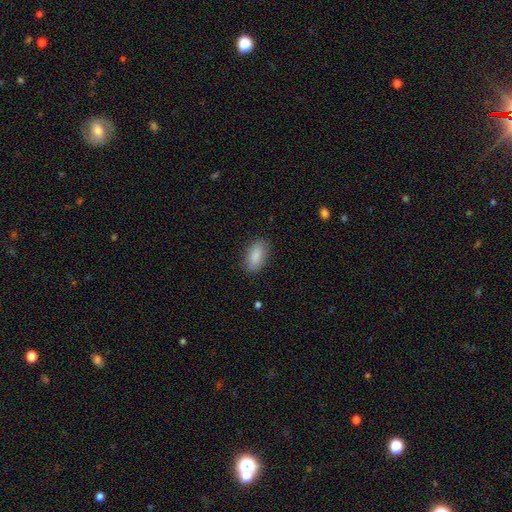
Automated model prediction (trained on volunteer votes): Overall: smooth (87%). How rounded: in between (87%). Merging: none (84%).